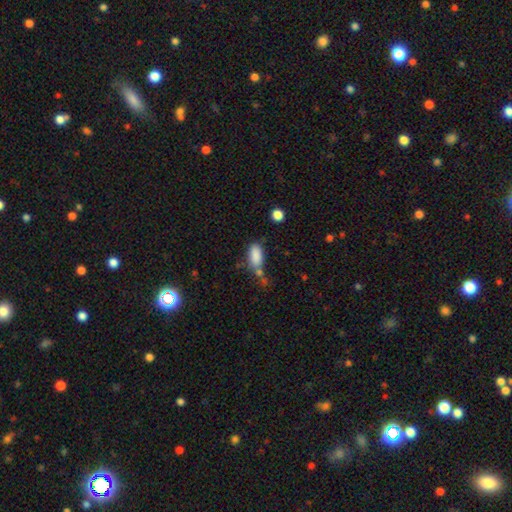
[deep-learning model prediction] Overall: smooth (84%). How rounded: in between (88%). Merging: none (46%; minor disturbance 23%).